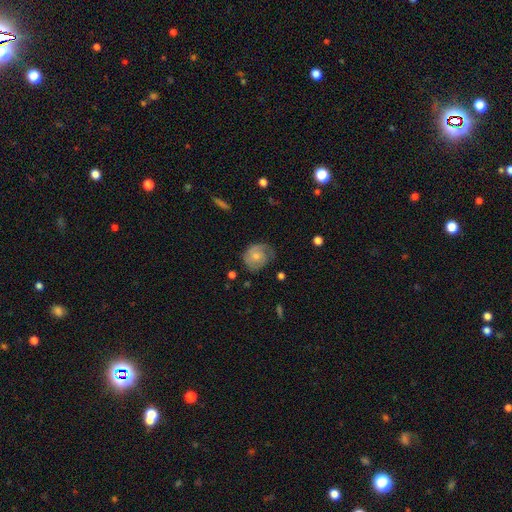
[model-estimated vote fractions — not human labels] Morphology: type=smooth (53%); roundness=round (67%); merging=none (55%).